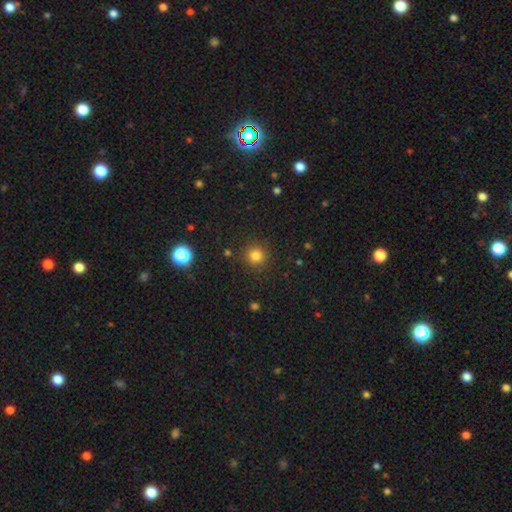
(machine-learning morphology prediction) smooth_or_featured: smooth (p=0.80) [alt: star or artifact p=0.15]
how_rounded: round (p=0.93) [alt: in between p=0.06]
merging: none (p=0.89) [alt: minor disturbance p=0.07]